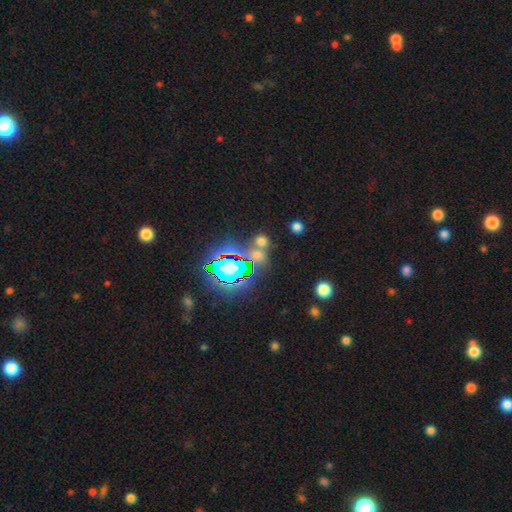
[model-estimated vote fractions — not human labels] This is possibly a star or artifact rather than a galaxy (56%).